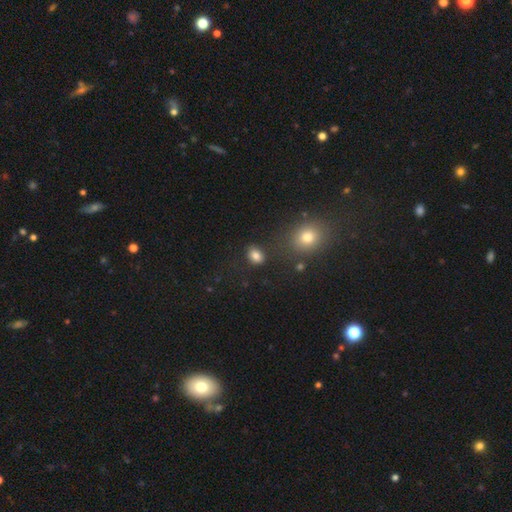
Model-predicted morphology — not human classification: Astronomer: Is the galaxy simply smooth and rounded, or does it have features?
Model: smooth — 81%.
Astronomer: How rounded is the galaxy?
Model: in between — 70%.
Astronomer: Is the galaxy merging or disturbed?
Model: none — 80%.